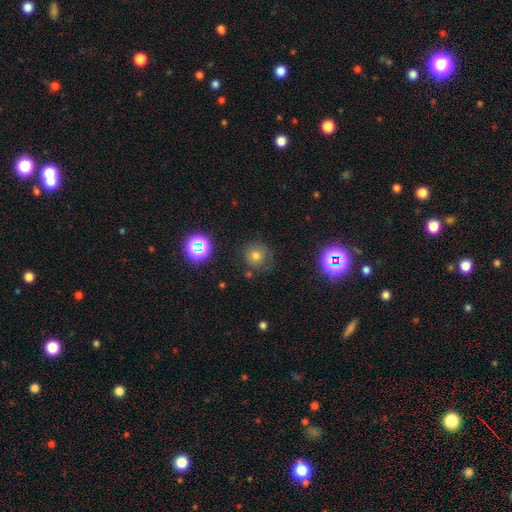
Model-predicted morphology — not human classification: smooth 68%, star or artifact 21%, featured or disk 12%. Down the decision tree: how rounded — round (92%); merging — none (74%).